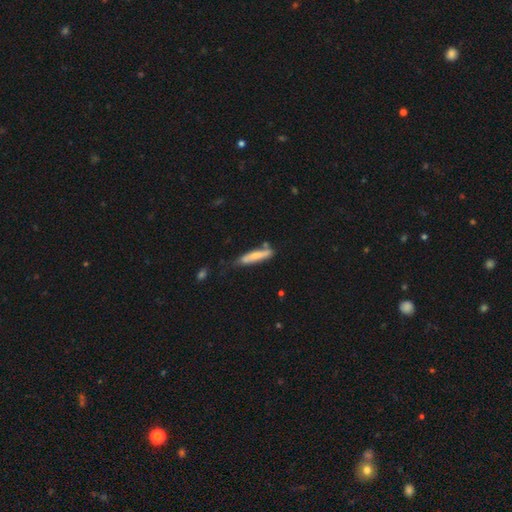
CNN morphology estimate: smooth 67%, featured or disk 27%, star or artifact 6%. Down the decision tree: how rounded — cigar-shaped (85%); merging — none (59%).